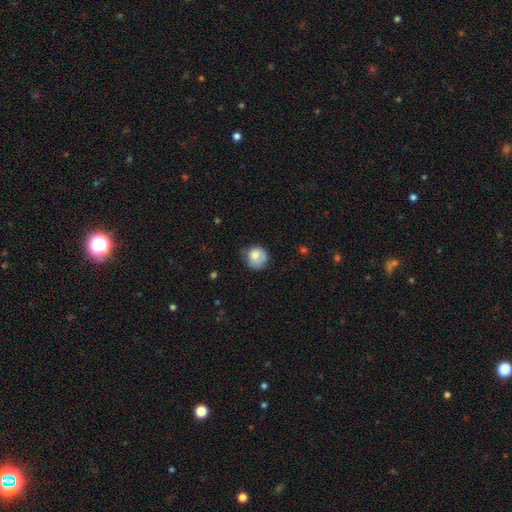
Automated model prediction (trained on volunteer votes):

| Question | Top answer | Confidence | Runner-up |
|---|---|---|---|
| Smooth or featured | smooth | 78% | featured or disk (13%) |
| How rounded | round | 83% | in between (16%) |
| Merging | none | 55% | minor disturbance (32%) |